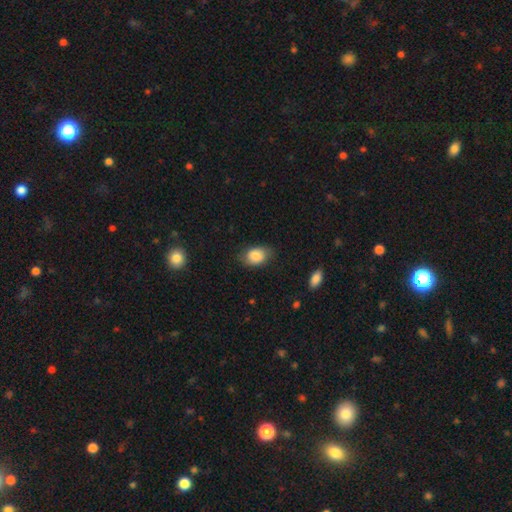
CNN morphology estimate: This is clearly a smooth galaxy (83%). How rounded: likely in between (75%). Merging: likely none (72%).